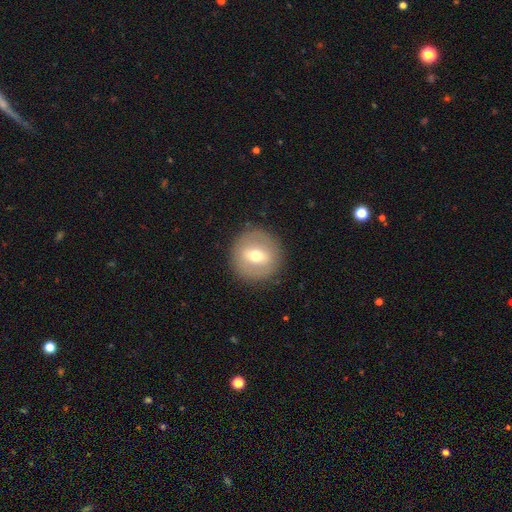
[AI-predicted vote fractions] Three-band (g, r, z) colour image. It shows a smooth galaxy with no disk features (50%) that is round (93%). Merging: none (88%).